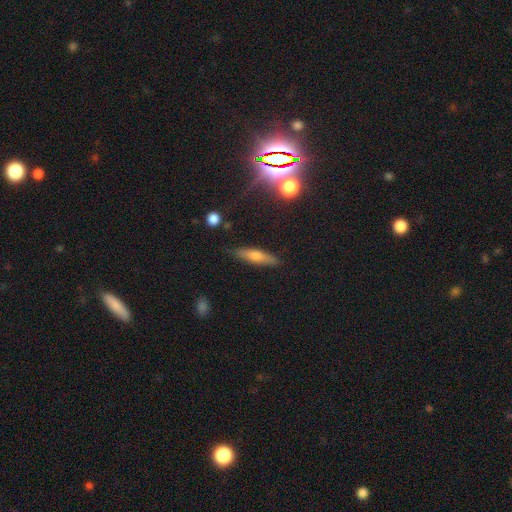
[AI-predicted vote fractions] Smooth or featured: smooth — 58% (featured or disk — 32%)
How rounded: cigar-shaped — 77% (in between — 20%)
Merging: none — 85% (minor disturbance — 10%)